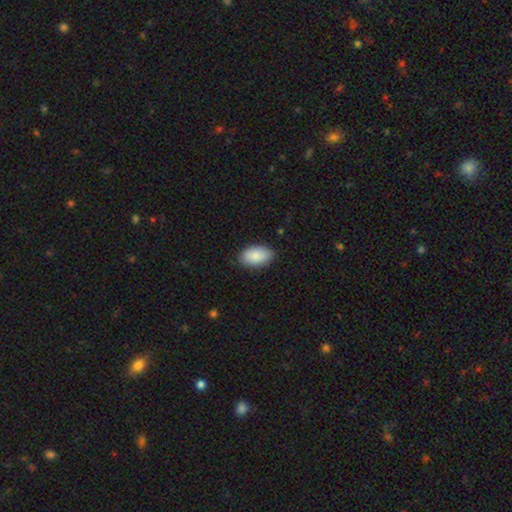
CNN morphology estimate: smooth_or_featured: smooth (p=0.88) [alt: star or artifact p=0.06]
how_rounded: in between (p=0.93) [alt: round p=0.05]
merging: none (p=0.85) [alt: minor disturbance p=0.12]